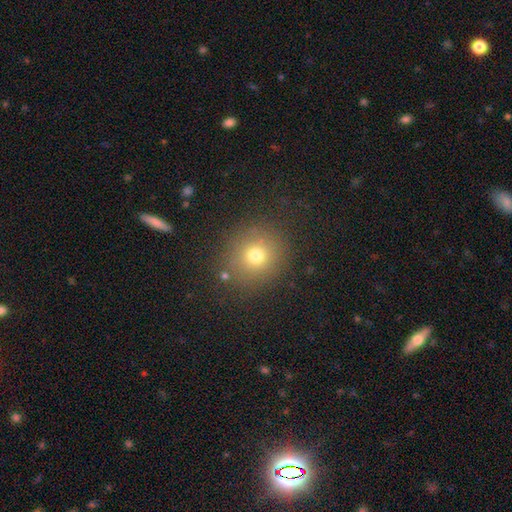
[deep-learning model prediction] Q: Smooth or featured?
A: smooth (73%); runner-up: star or artifact (17%)
Q: How rounded?
A: round (87%); runner-up: in between (12%)
Q: Merging?
A: none (84%); runner-up: minor disturbance (9%)